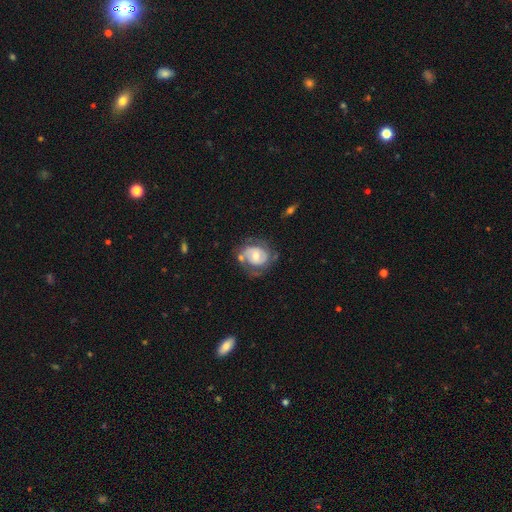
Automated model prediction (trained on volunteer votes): Smooth or featured? featured or disk (65%)
Edge-on disk? no (96%)
Bar? no (66%)
Spiral arms? yes (66%)
Bulge size? moderate (65%)
Merging? none (56%)